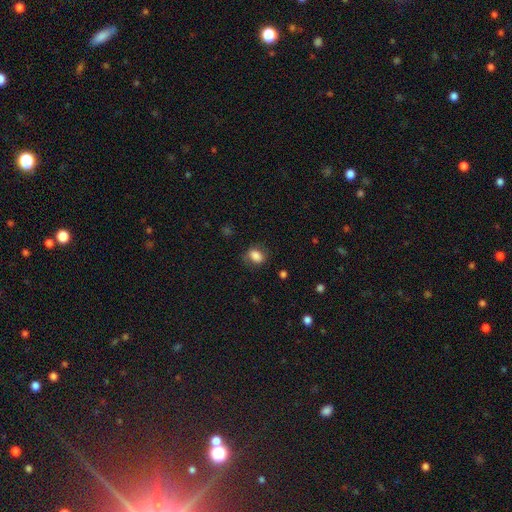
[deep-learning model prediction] Q: Smooth or featured?
A: smooth (84%); runner-up: star or artifact (9%)
Q: How rounded?
A: in between (72%); runner-up: round (27%)
Q: Merging?
A: none (73%); runner-up: minor disturbance (19%)